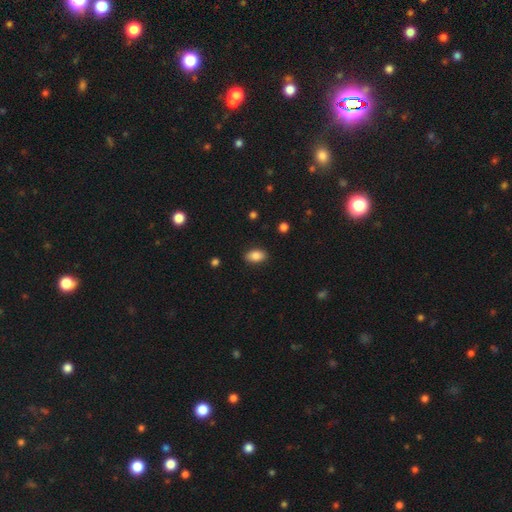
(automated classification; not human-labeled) Morphology: type=smooth (85%); roundness=in between (89%); merging=none (87%).